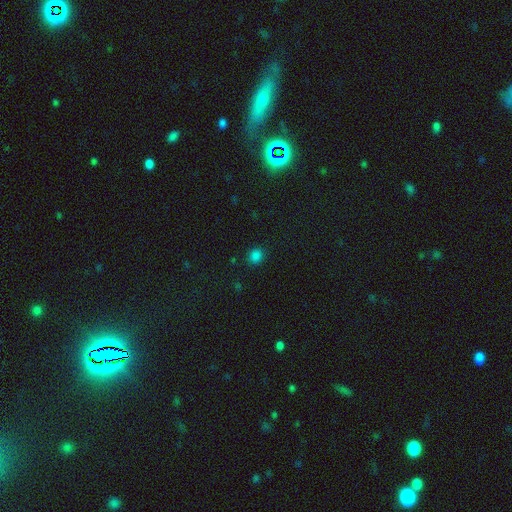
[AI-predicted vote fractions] Smooth or featured?
  - smooth: 80% *
  - star or artifact: 16%
  - featured or disk: 3%
How rounded?
  - round: 75% *
  - in between: 24%
  - cigar-shaped: 1%
Merging?
  - none: 88% *
  - minor disturbance: 9%
  - major disturbance: 3%
  - merger: 1%